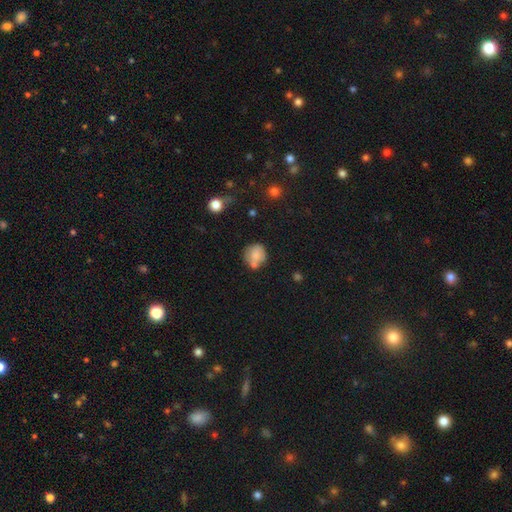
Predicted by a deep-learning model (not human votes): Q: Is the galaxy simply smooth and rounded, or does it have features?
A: smooth — 76%.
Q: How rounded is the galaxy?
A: round — 83%.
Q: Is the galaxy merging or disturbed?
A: none — 55%.